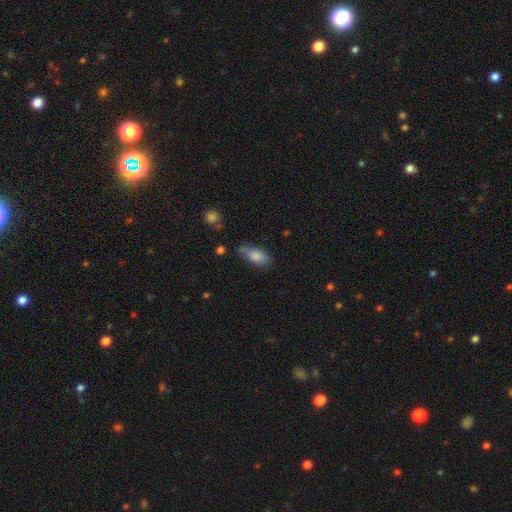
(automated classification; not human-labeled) This appears to be a smooth galaxy with no disk features (80%) that is in between round and cigar-shaped (85%). Merging: none (62%).